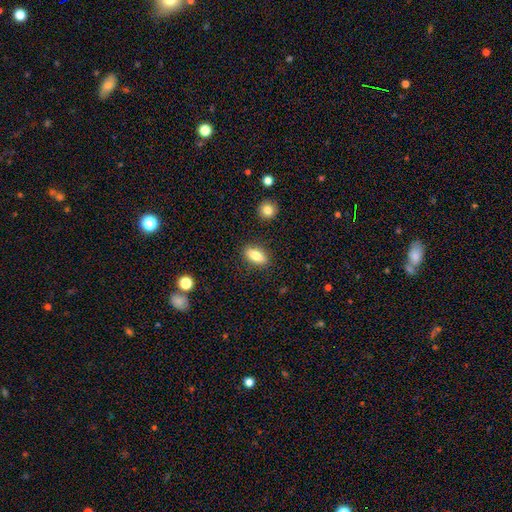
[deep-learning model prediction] The model was most divided on "how rounded": in between: 82%, cigar-shaped: 14%, round: 4%. More confident: merging — none (87%); smooth or featured — smooth (82%).